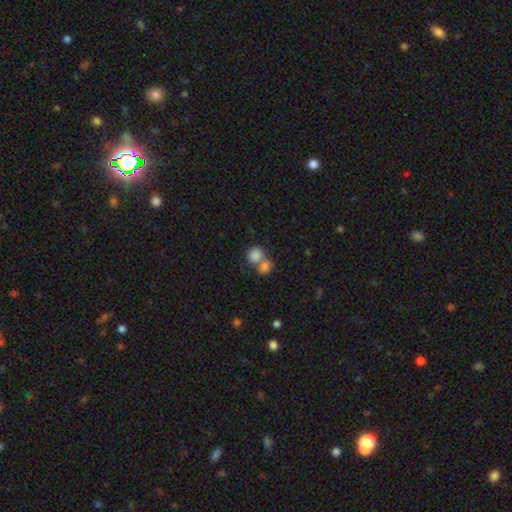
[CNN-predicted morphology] The model was most divided on "merging": merger: 55%, none: 34%, minor disturbance: 8%, major disturbance: 4%. More confident: smooth or featured — smooth (83%); how rounded — round (68%).